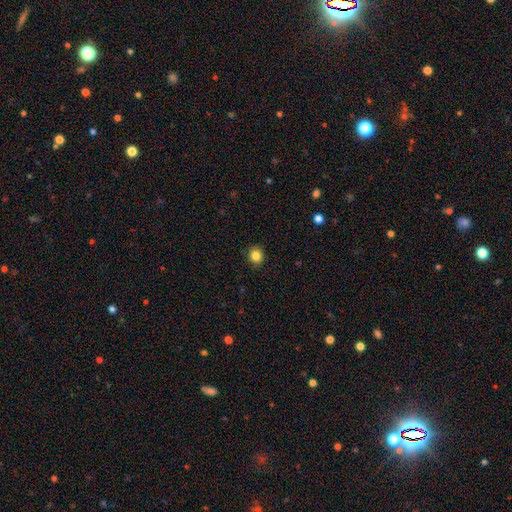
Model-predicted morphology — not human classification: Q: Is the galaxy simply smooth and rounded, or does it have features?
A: smooth — 84%.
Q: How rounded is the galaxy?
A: round — 74%.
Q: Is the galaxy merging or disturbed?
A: none — 91%.